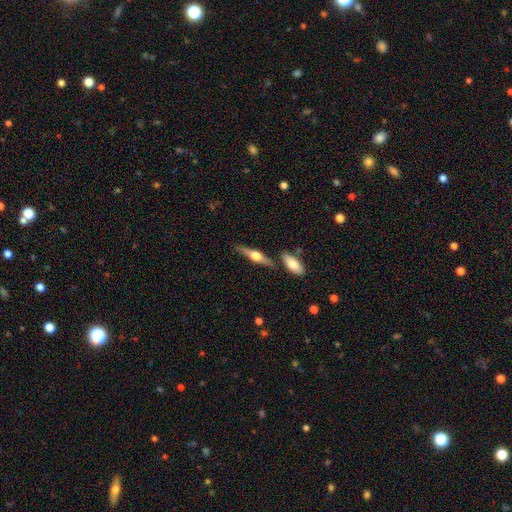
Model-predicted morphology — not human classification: smooth-or-featured: featured or disk: 63% | smooth: 31% | star or artifact: 6%
  disk-edge-on: yes: 95% | no: 5%
    edge-on-bulge: rounded: 92% | boxy: 6% | none: 2%
  merging: none: 76% | minor disturbance: 11% | merger: 10% | major disturbance: 3%